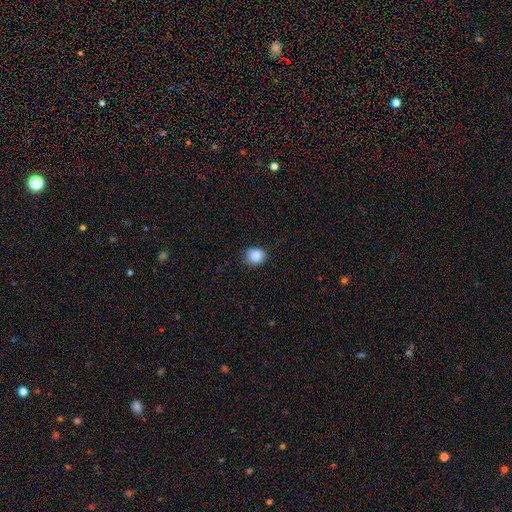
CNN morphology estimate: This appears to be a smooth galaxy with no disk features (86%) that is round (66%). Merging: none (75%).